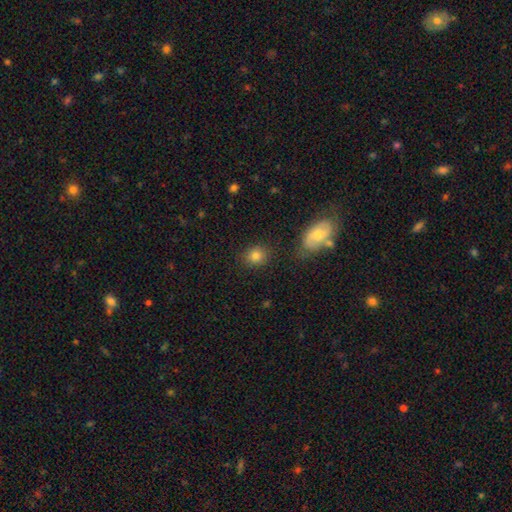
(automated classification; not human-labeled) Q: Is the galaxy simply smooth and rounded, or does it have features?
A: smooth — 82%.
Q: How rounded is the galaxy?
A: round — 71%.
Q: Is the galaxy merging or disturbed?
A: none — 83%.